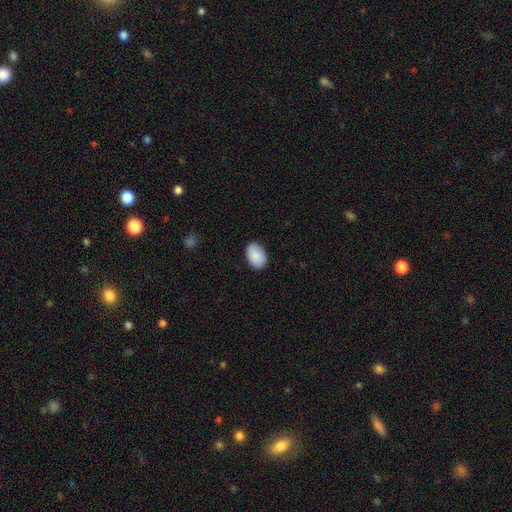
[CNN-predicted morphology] smooth-or-featured: smooth: 89% | star or artifact: 6% | featured or disk: 4%
  how-rounded: in between: 84% | round: 15% | cigar-shaped: 1%
  merging: none: 86% | minor disturbance: 11% | major disturbance: 2% | merger: 1%